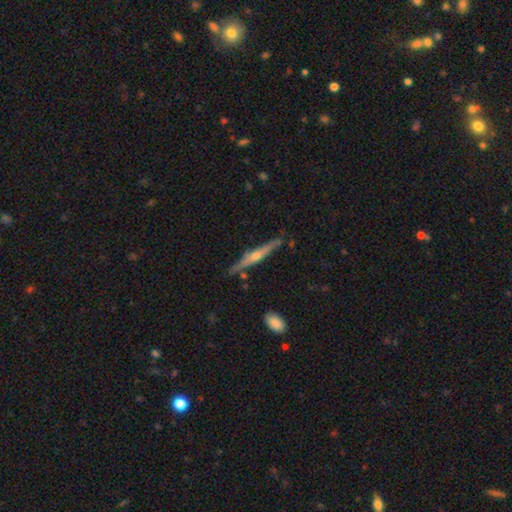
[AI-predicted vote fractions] This appears to be a featured or disk galaxy (73%) viewed edge-on (97%) with a rounded central bulge (84%). Merging: none (85%).